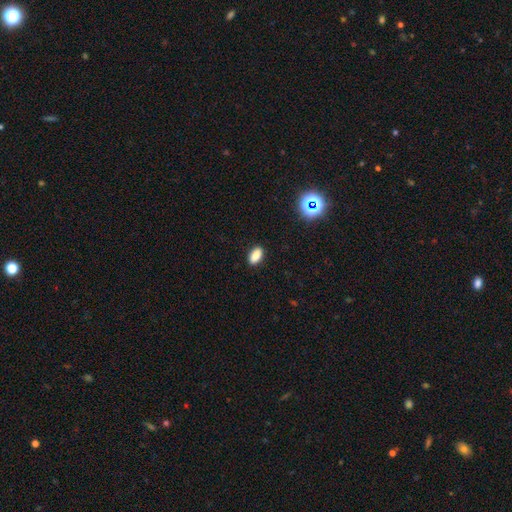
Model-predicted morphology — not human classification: This is clearly a smooth galaxy (84%). How rounded: clearly in between (88%). Merging: clearly none (89%).